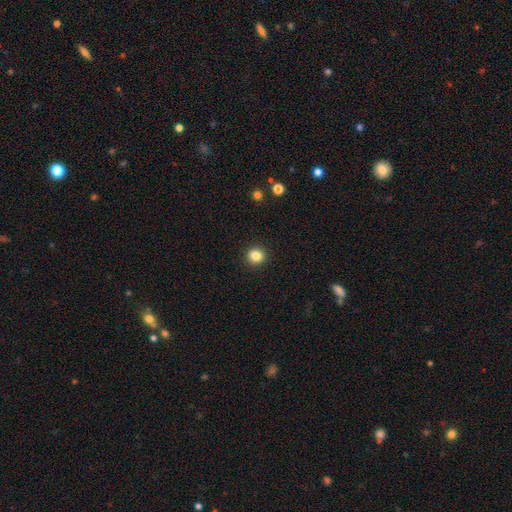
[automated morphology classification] Smooth or featured?
  - smooth: 84% *
  - star or artifact: 11%
  - featured or disk: 5%
How rounded?
  - round: 88% *
  - in between: 11%
  - cigar-shaped: 1%
Merging?
  - none: 92% *
  - minor disturbance: 5%
  - major disturbance: 2%
  - merger: 1%